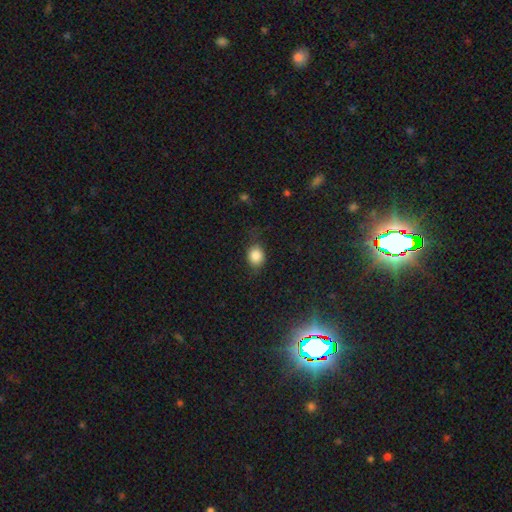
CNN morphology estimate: A smooth galaxy with no disk features (82%) that is round (57%). Merging: none (72%).